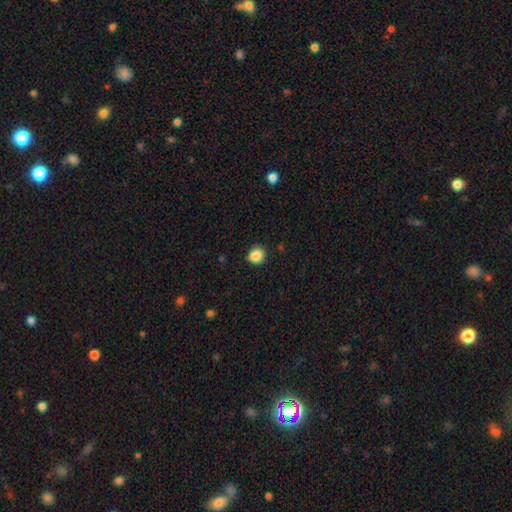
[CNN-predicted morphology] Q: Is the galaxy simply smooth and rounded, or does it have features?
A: smooth — 87%.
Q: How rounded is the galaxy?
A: round — 83%.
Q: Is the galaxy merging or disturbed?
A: none — 85%.